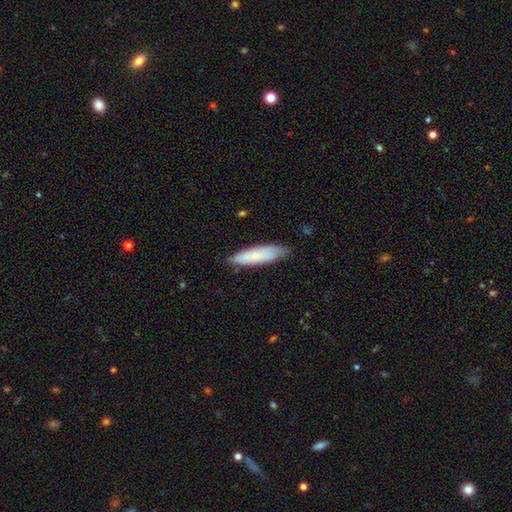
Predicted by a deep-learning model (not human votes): A smooth galaxy with no disk features (73%) that is cigar-shaped (62%).

Vote fractions:
- Smooth or featured? smooth: 73% / featured or disk: 21% / star or artifact: 6%
- How rounded? cigar-shaped: 62% / in between: 37% / round: 1%
- Merging? none: 77% / minor disturbance: 19% / major disturbance: 3% / merger: 1%